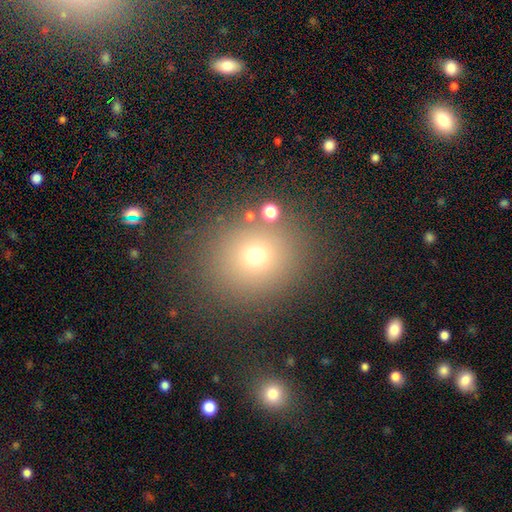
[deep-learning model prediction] Overall: smooth (66%). How rounded: round (80%). Merging: none (84%).